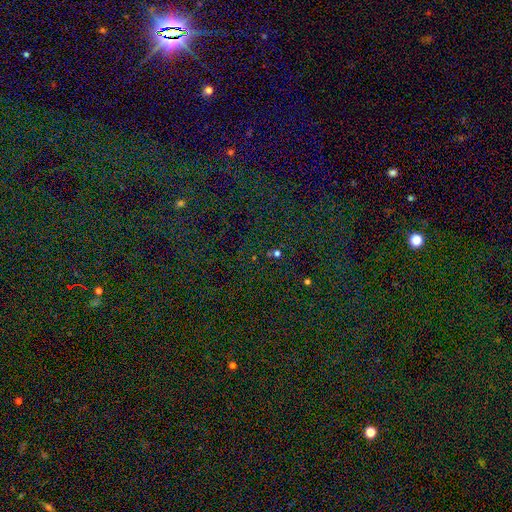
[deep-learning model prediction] Smooth or featured: star or artifact — 82% (smooth — 11%)